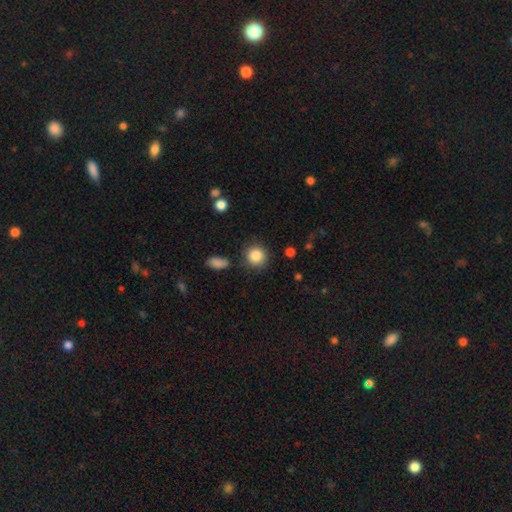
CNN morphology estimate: Smooth or featured: smooth — 87% (star or artifact — 8%)
How rounded: round — 90% (in between — 9%)
Merging: none — 82% (minor disturbance — 11%)